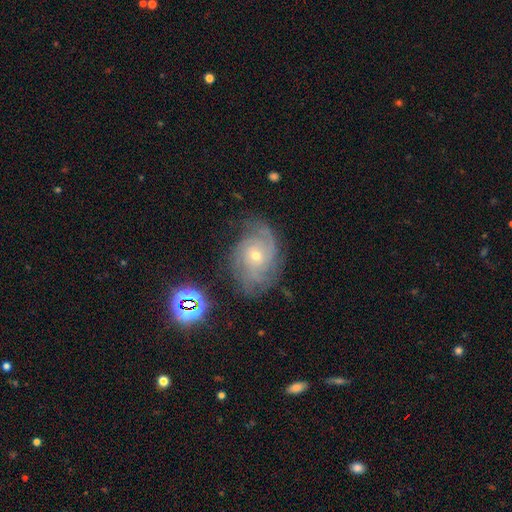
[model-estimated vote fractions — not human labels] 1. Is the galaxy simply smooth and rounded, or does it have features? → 83% featured or disk, 10% star or artifact, 8% smooth.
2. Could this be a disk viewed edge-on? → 97% no, 3% yes.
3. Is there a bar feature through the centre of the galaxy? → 75% no, 21% weak, 4% strong.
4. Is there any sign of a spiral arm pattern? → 96% yes, 4% no.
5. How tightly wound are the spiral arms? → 59% tight, 33% medium, 8% loose.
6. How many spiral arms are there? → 29% can't tell, 26% 3, 18% 2, 14% 4, 7% more than 4, 6% 1.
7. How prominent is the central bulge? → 61% small, 36% moderate, 1% large, 1% none, 1% dominant.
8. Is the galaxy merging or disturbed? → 69% none, 20% minor disturbance, 9% major disturbance, 2% merger.